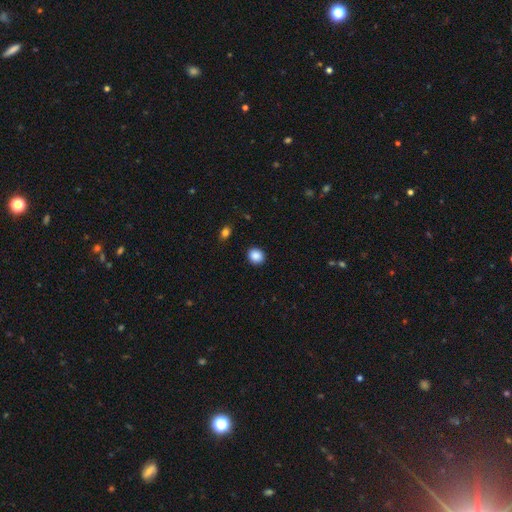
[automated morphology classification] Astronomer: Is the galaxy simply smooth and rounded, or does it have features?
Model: smooth — 88%.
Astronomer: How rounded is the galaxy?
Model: round — 74%.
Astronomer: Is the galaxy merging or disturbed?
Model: none — 91%.